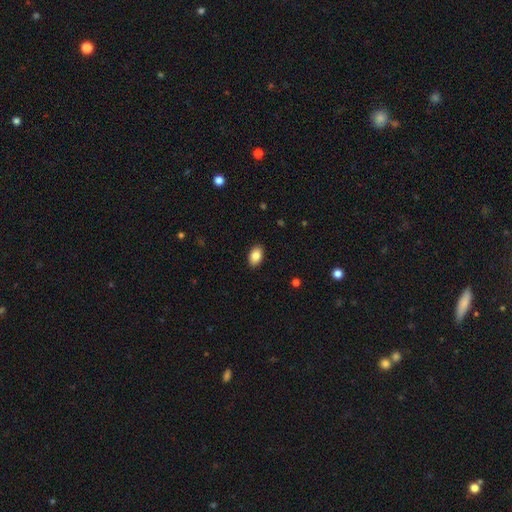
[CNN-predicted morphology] type=smooth (86%); roundness=in between (91%); merging=none (89%).